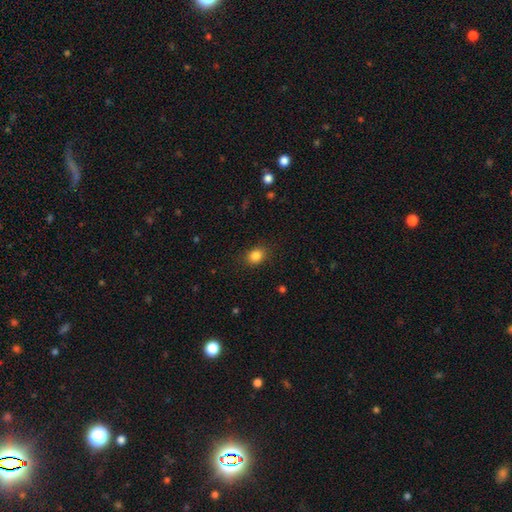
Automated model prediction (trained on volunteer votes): Smooth or featured?
  - smooth: 85% *
  - star or artifact: 11%
  - featured or disk: 5%
How rounded?
  - round: 57% *
  - in between: 42%
  - cigar-shaped: 1%
Merging?
  - none: 87% *
  - minor disturbance: 9%
  - major disturbance: 3%
  - merger: 1%